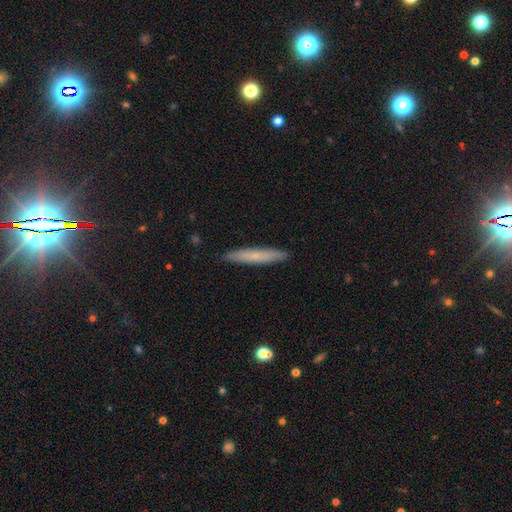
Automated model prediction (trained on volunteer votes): smooth-or-featured: smooth: 62% | featured or disk: 32% | star or artifact: 6%
  how-rounded: cigar-shaped: 93% | in between: 5% | round: 1%
  merging: none: 90% | minor disturbance: 8% | major disturbance: 1% | merger: 1%